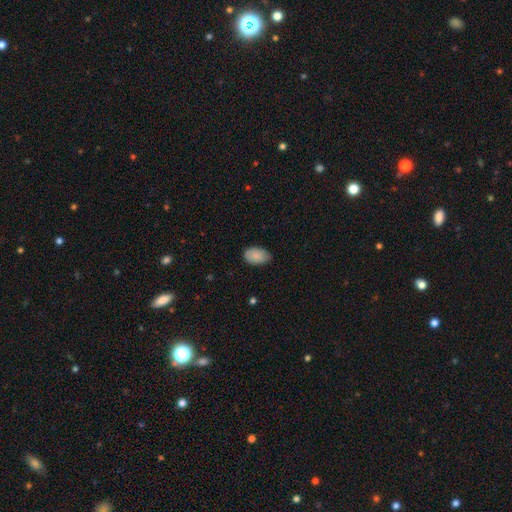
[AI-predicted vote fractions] Smooth or featured?
  - smooth: 86% *
  - featured or disk: 7%
  - star or artifact: 7%
How rounded?
  - in between: 91% *
  - round: 8%
  - cigar-shaped: 1%
Merging?
  - none: 77% *
  - minor disturbance: 20%
  - major disturbance: 3%
  - merger: 1%